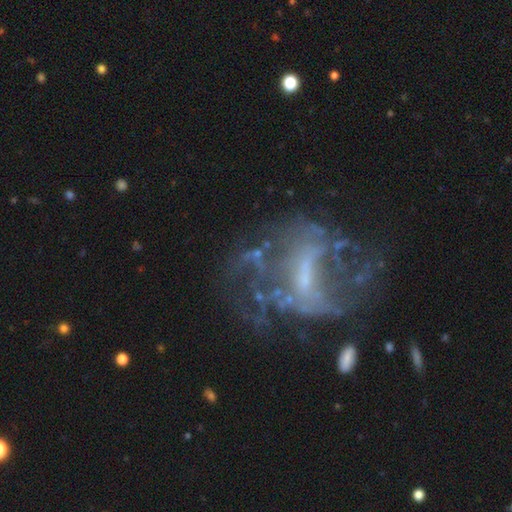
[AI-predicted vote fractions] Smooth or featured? Predicted: featured or disk (p=0.70). Edge-on disk? Predicted: no (p=0.95). Bar? Predicted: no (p=0.36, tied with weak). Spiral arms? Predicted: no (p=0.52). Bulge size? Predicted: small (p=0.40). Merging? Predicted: none (p=0.42).